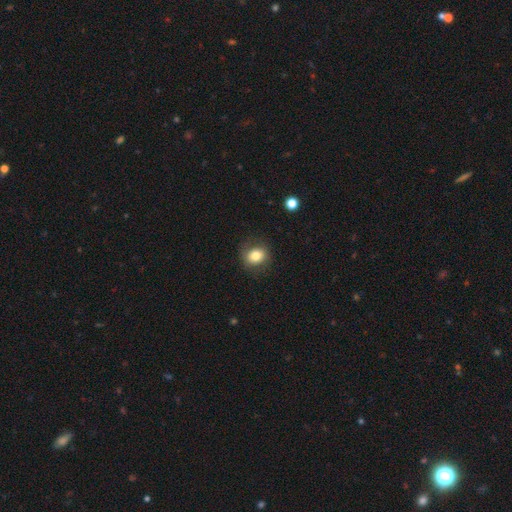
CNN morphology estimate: Overall: smooth (80%). How rounded: round (64%; in between 35%). Merging: none (82%).